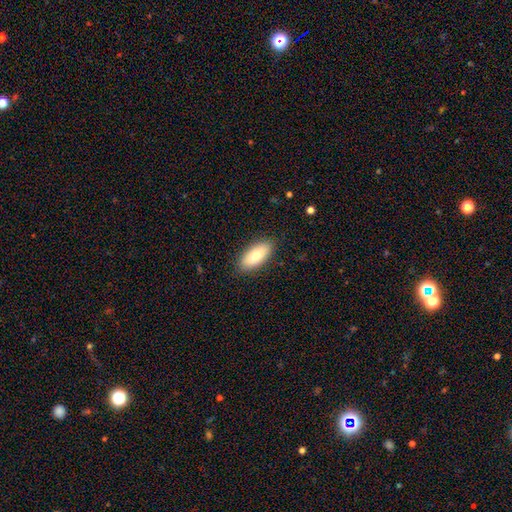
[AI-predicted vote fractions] Morphology: type=smooth (82%); roundness=in between (87%); merging=none (87%).